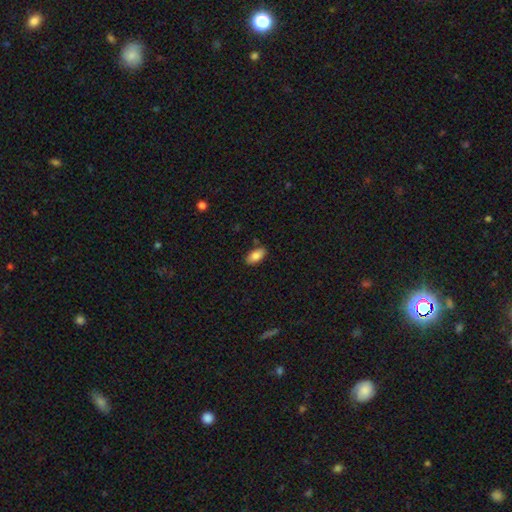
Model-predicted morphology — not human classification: A smooth galaxy with no disk features (83%) that is in between round and cigar-shaped (92%). Merging: none (85%).